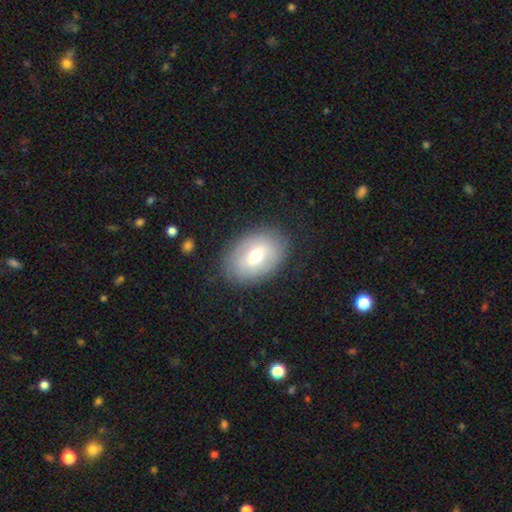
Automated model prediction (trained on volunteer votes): Q: Smooth or featured?
A: smooth (59%); runner-up: featured or disk (33%)
Q: How rounded?
A: in between (80%); runner-up: round (19%)
Q: Merging?
A: none (82%); runner-up: minor disturbance (12%)